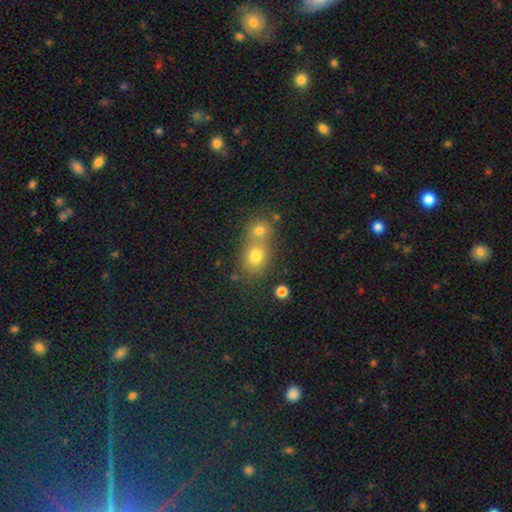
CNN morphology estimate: smooth_or_featured: smooth (p=0.73) [alt: star or artifact p=0.14]
how_rounded: round (p=0.61) [alt: in between p=0.38]
merging: merger (p=0.55) [alt: none p=0.35]